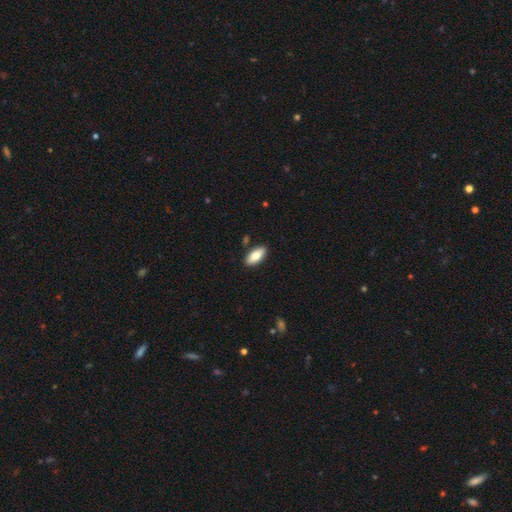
This is likely a smooth galaxy (74%). How rounded: clearly in between (86%). Merging: clearly none (91%).